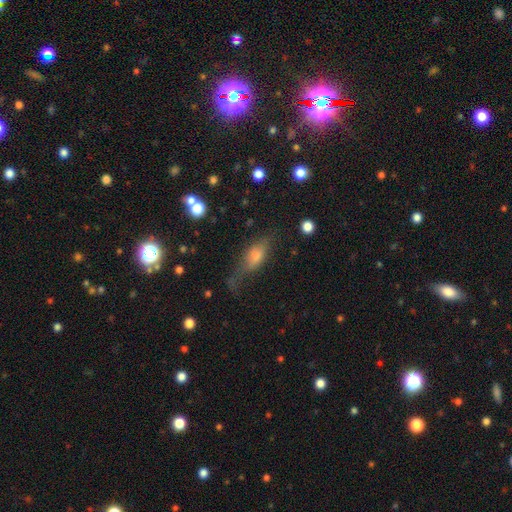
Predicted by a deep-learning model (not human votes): This appears to be a smooth galaxy with no disk features (57%) that is in between round and cigar-shaped (65%). Merging: none (51%).